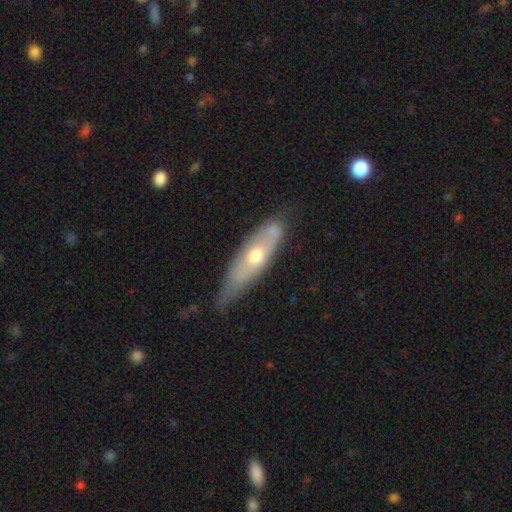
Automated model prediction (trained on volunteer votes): Q: Smooth or featured?
A: featured or disk (49%); runner-up: smooth (46%)
Q: Merging?
A: none (61%); runner-up: minor disturbance (29%)